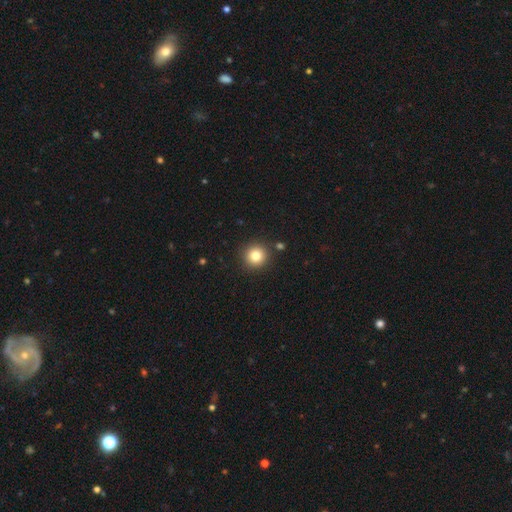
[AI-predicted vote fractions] Smooth or featured?
  - smooth: 82% *
  - star or artifact: 11%
  - featured or disk: 7%
How rounded?
  - round: 95% *
  - in between: 5%
  - cigar-shaped: 1%
Merging?
  - none: 89% *
  - minor disturbance: 6%
  - merger: 3%
  - major disturbance: 2%